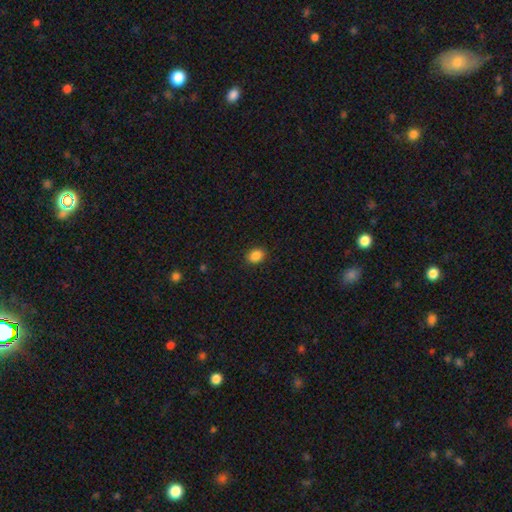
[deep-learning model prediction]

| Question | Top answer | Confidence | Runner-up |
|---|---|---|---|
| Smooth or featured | smooth | 87% | star or artifact (10%) |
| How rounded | in between | 62% | round (37%) |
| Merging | none | 89% | minor disturbance (8%) |